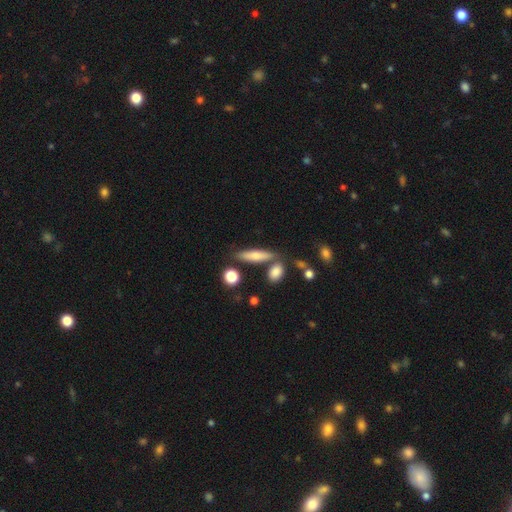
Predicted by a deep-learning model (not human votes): Smooth or featured? smooth (56%)
How rounded? cigar-shaped (70%)
Merging? none (74%)